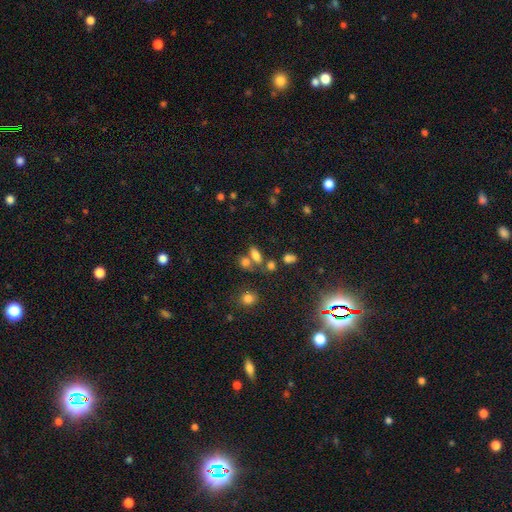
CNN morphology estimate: Smooth or featured: smooth — 73% (star or artifact — 15%)
How rounded: in between — 76% (cigar-shaped — 15%)
Merging: none — 52% (merger — 30%)